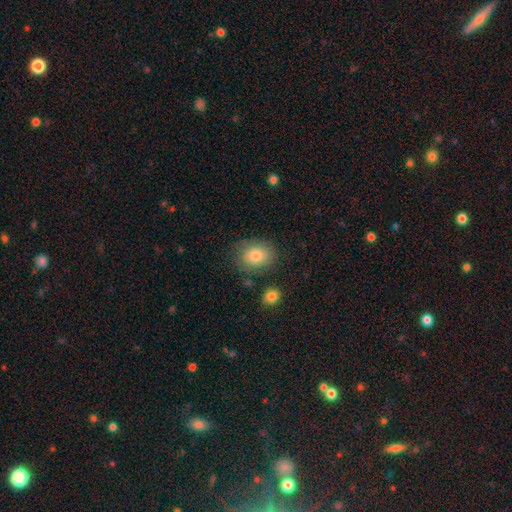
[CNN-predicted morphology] A smooth galaxy with no disk features (81%) that is round (57%). Merging: none (78%).